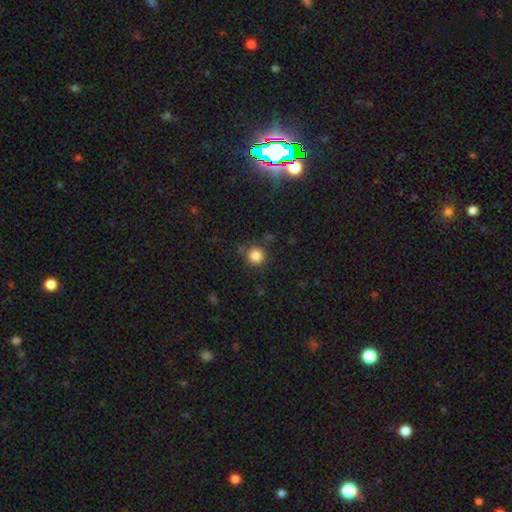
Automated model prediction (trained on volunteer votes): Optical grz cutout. It shows a smooth galaxy with no disk features (84%) that is round (94%). Merging: none (83%).